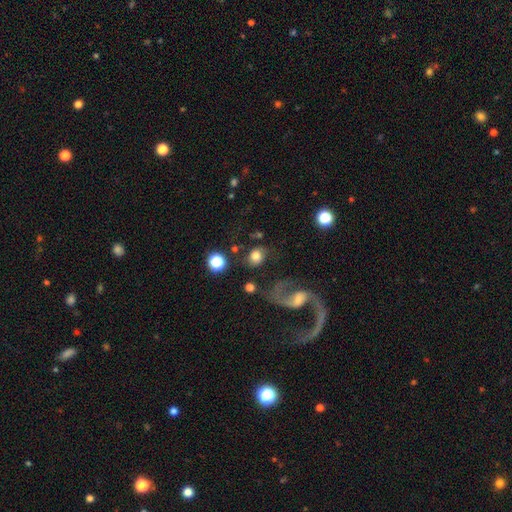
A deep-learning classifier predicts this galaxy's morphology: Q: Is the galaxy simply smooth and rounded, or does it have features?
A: smooth — 68%.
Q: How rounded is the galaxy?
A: round — 66%.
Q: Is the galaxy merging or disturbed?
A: none — 57%.